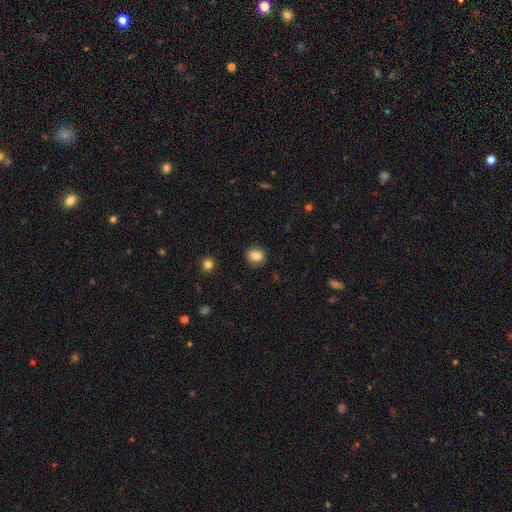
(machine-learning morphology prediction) Smooth or featured: smooth — 84% (star or artifact — 9%)
How rounded: round — 66% (in between — 33%)
Merging: none — 85% (minor disturbance — 11%)